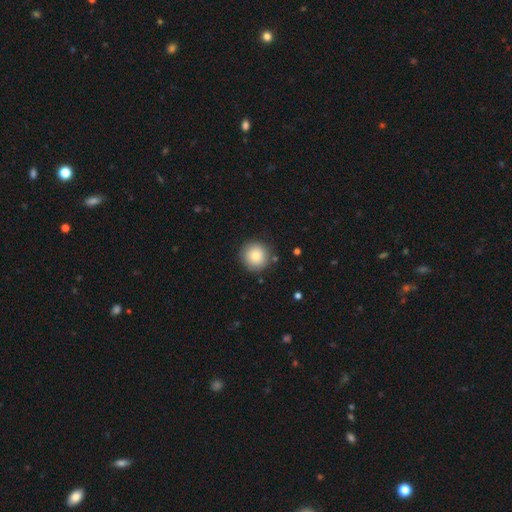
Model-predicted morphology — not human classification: This is clearly a smooth galaxy (81%). How rounded: clearly round (94%). Merging: clearly none (86%).